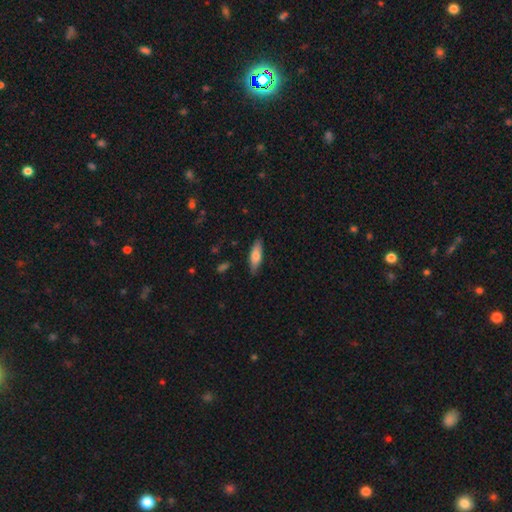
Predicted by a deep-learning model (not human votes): Morphology: type=smooth (71%); roundness=in between (53%); merging=none (84%).